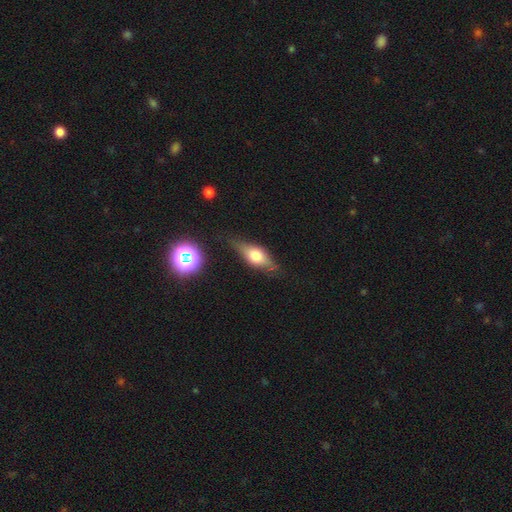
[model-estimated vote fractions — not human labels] Smooth or featured? Predicted: featured or disk (p=0.45, tied with smooth). Merging? Predicted: none (p=0.75).